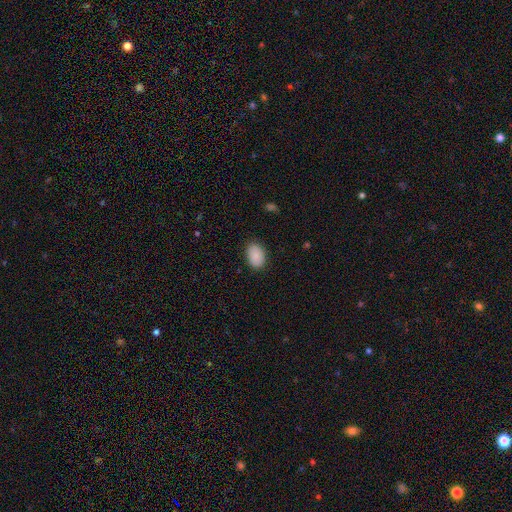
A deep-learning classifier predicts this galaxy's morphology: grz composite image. It shows a smooth galaxy with no disk features (89%) that is in between round and cigar-shaped (85%). Merging: none (86%).